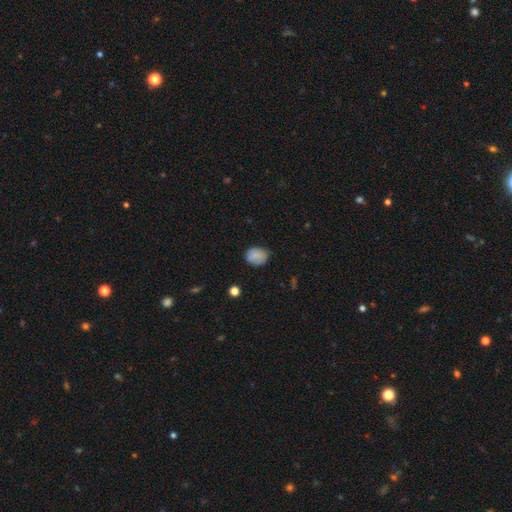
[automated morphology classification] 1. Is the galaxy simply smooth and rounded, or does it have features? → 84% smooth, 9% star or artifact, 7% featured or disk.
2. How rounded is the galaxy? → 54% round, 45% in between, 1% cigar-shaped.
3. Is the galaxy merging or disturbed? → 73% none, 22% minor disturbance, 4% major disturbance, 1% merger.